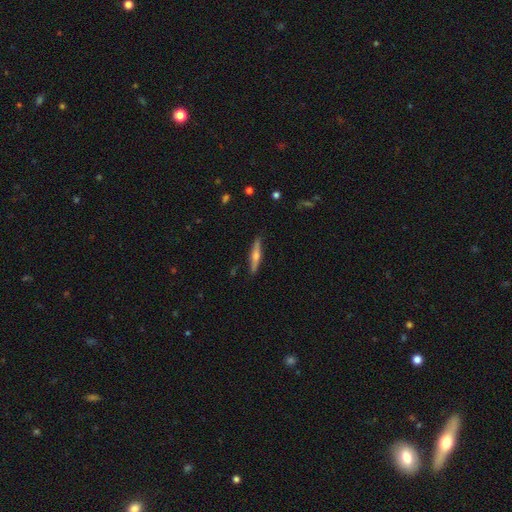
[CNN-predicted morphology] Smooth or featured?
  - featured or disk: 63% *
  - smooth: 31%
  - star or artifact: 6%
Edge-on disk?
  - yes: 97% *
  - no: 3%
Edge-on bulge?
  - rounded: 88% *
  - none: 7%
  - boxy: 6%
Merging?
  - none: 89% *
  - minor disturbance: 8%
  - major disturbance: 2%
  - merger: 1%